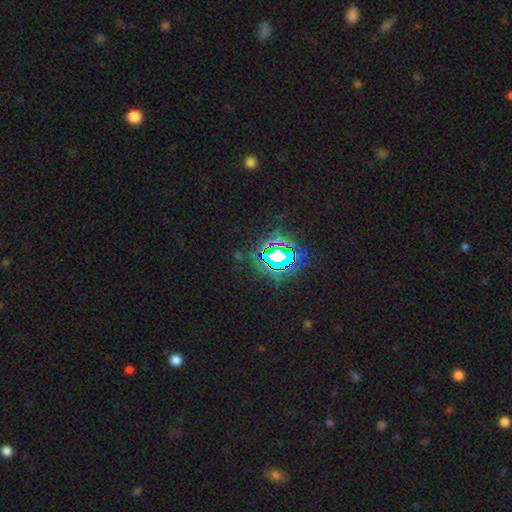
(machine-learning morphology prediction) Smooth or featured: star or artifact — 81% (smooth — 12%)